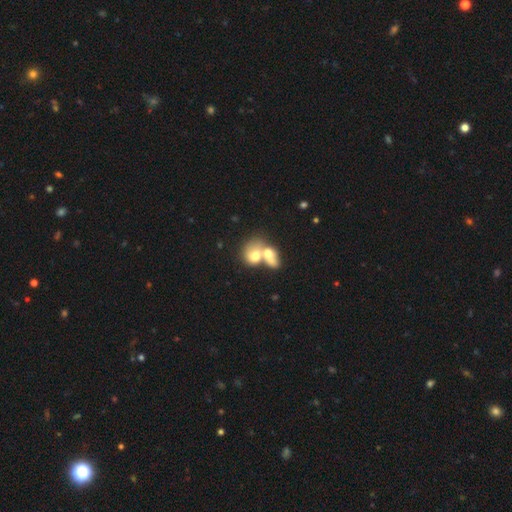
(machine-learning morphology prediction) The model was most divided on "how rounded": in between: 54%, round: 45%, cigar-shaped: 2%. More confident: merging — merger (79%); smooth or featured — smooth (66%).